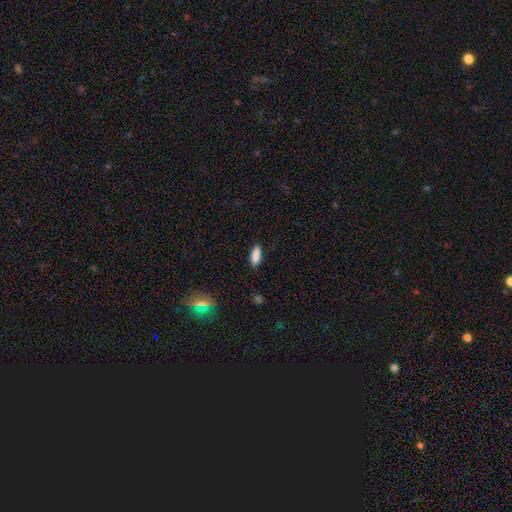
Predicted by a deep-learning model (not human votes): This is clearly a smooth galaxy (86%). How rounded: likely in between (60%). Merging: clearly none (86%).